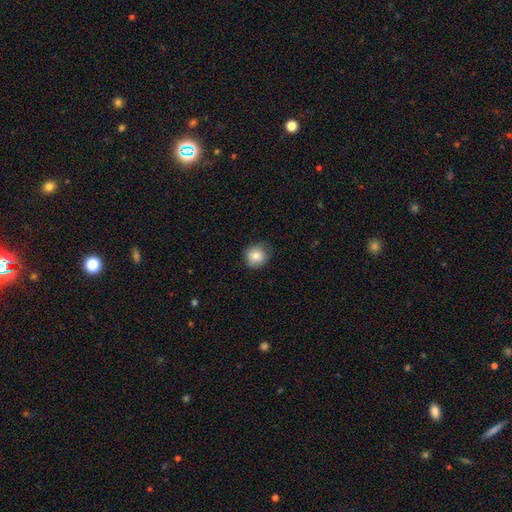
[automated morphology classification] smooth-or-featured: smooth: 81% | featured or disk: 9% | star or artifact: 9%
  how-rounded: round: 90% | in between: 9% | cigar-shaped: 1%
  merging: none: 81% | minor disturbance: 15% | major disturbance: 3% | merger: 1%